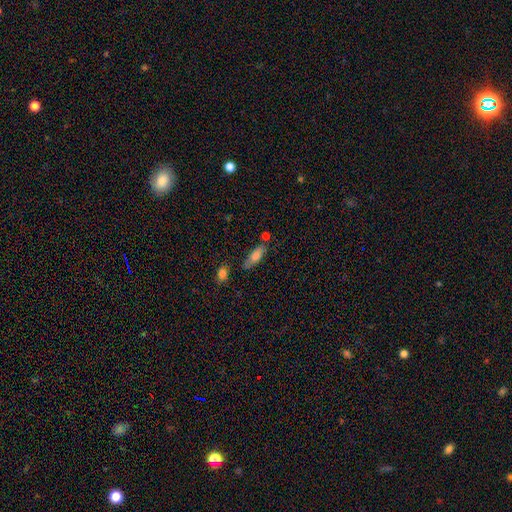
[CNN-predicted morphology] Smooth or featured: smooth — 75% (featured or disk — 18%)
How rounded: in between — 62% (cigar-shaped — 35%)
Merging: none — 66% (minor disturbance — 18%)